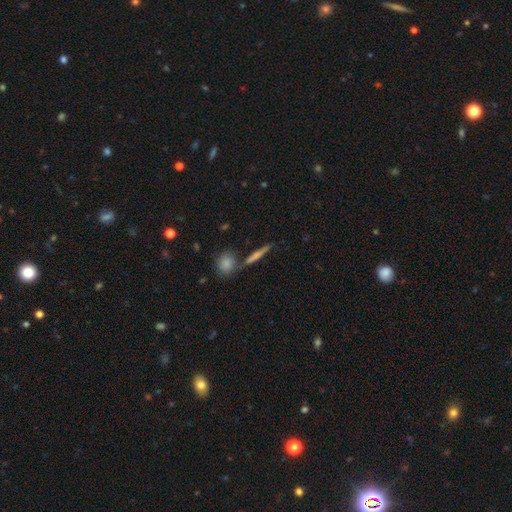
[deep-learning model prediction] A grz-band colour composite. It shows a smooth galaxy with no disk features (46%). Merging: none (77%).